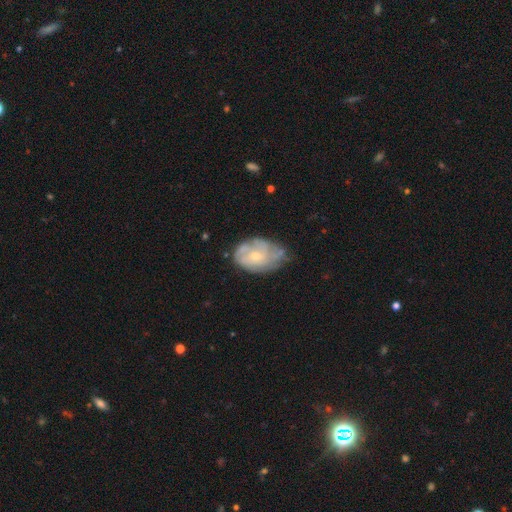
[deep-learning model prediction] A featured or disk galaxy (67%) with no bar (78%), spiral arms (77%) and a small central bulge (64%). Merging: none (53%).